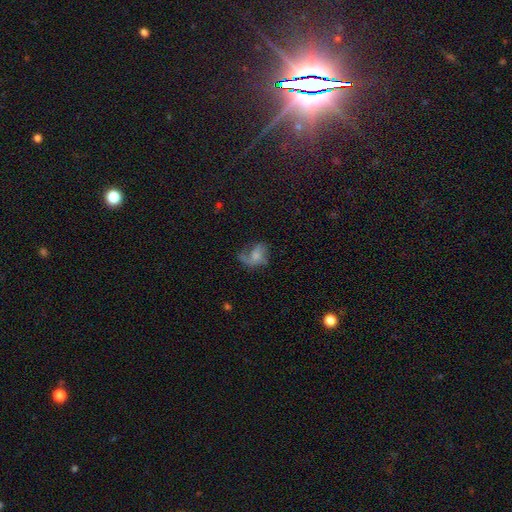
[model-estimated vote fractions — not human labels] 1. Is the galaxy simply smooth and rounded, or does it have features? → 45% featured or disk, 44% smooth, 11% star or artifact.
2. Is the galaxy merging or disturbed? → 38% major disturbance, 33% none, 24% minor disturbance, 4% merger.